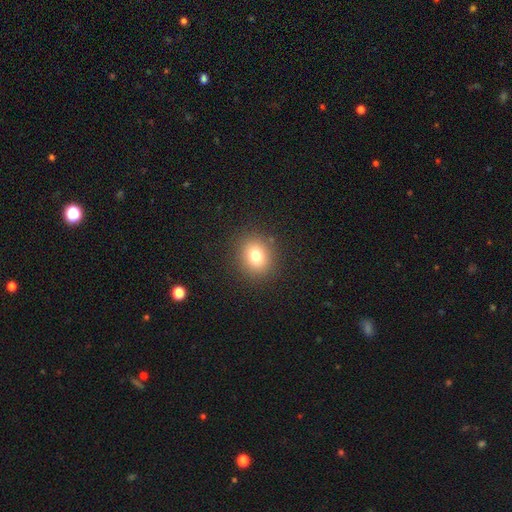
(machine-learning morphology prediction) type=smooth (78%); roundness=round (74%); merging=none (89%).